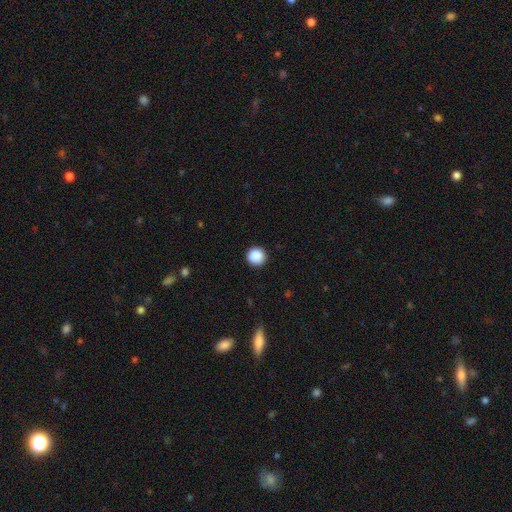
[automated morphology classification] type=smooth (89%); roundness=round (96%); merging=none (92%).